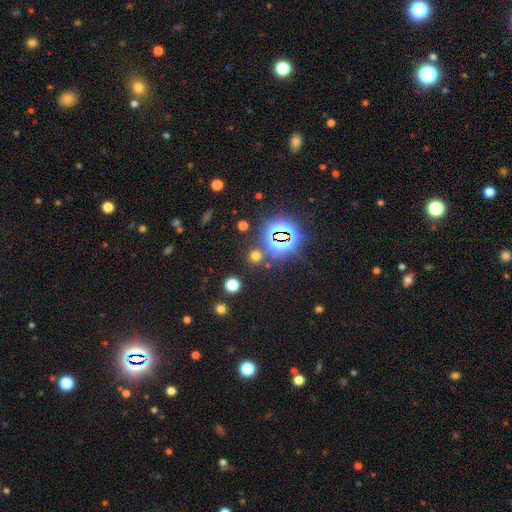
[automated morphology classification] Smooth or featured?
  - smooth: 51% *
  - star or artifact: 42%
  - featured or disk: 7%
How rounded?
  - round: 88% *
  - in between: 11%
  - cigar-shaped: 1%
Merging?
  - none: 80% *
  - merger: 9%
  - minor disturbance: 8%
  - major disturbance: 4%